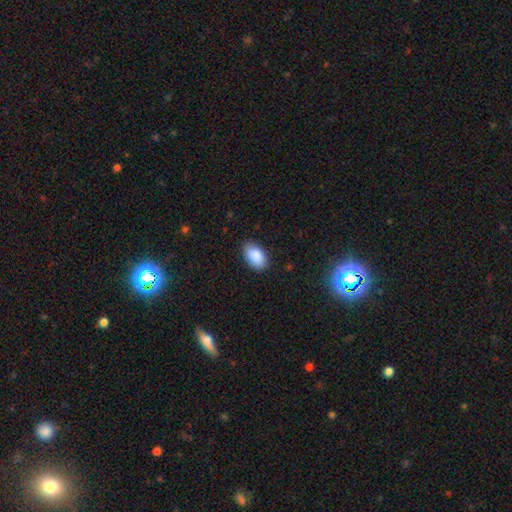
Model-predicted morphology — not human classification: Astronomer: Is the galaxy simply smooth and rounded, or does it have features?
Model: smooth — 89%.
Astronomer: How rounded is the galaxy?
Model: in between — 94%.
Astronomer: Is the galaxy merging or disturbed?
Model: none — 84%.